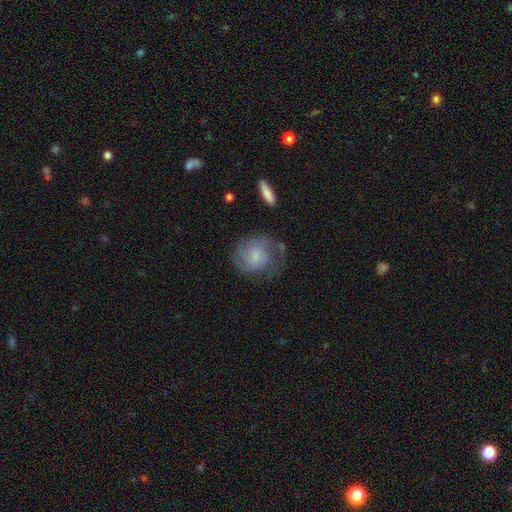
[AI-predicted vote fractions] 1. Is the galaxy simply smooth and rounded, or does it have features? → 52% featured or disk, 41% smooth, 7% star or artifact.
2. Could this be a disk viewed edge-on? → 97% no, 3% yes.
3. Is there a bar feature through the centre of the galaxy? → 70% no, 26% weak, 3% strong.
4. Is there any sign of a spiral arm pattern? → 81% yes, 19% no.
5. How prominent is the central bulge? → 53% small, 27% moderate, 13% none, 5% large, 2% dominant.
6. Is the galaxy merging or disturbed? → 49% none, 24% minor disturbance, 24% major disturbance, 3% merger.